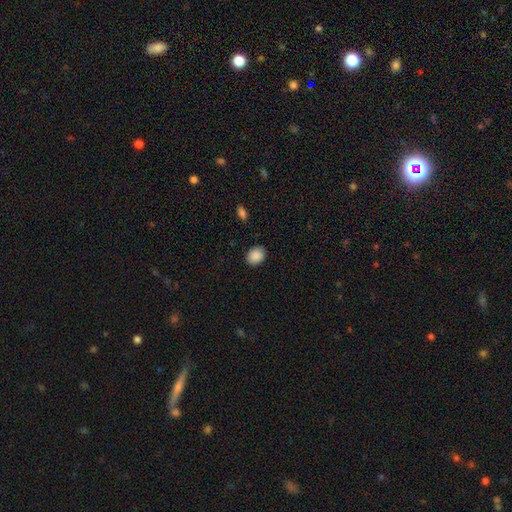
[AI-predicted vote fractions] This is clearly a smooth galaxy (89%). How rounded: possibly round (52%). Merging: clearly none (87%).